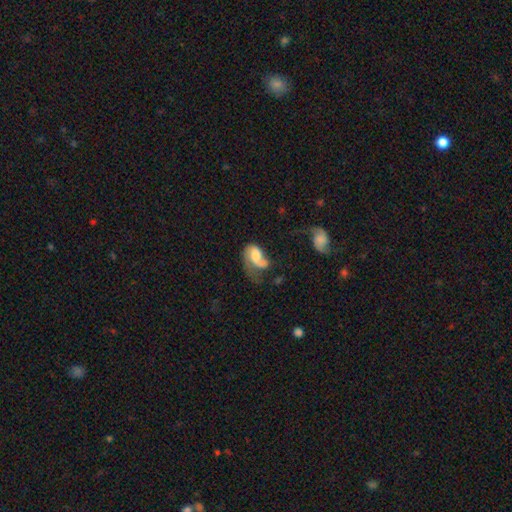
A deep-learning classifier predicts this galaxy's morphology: featured or disk 57%, smooth 36%, star or artifact 8%. Down the decision tree: edge-on disk — no (97%); bar — no (61%); spiral arms — yes (82%); bulge size — moderate (38%); merging — major disturbance (43%).